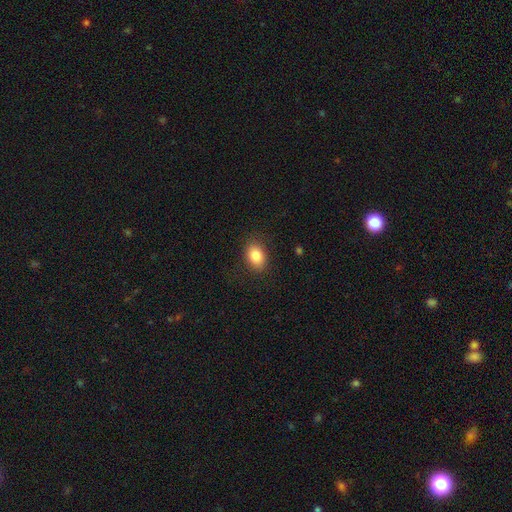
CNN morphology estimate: smooth-or-featured: smooth: 84% | star or artifact: 8% | featured or disk: 7%
  how-rounded: in between: 76% | round: 23% | cigar-shaped: 1%
  merging: none: 86% | minor disturbance: 10% | major disturbance: 3% | merger: 1%